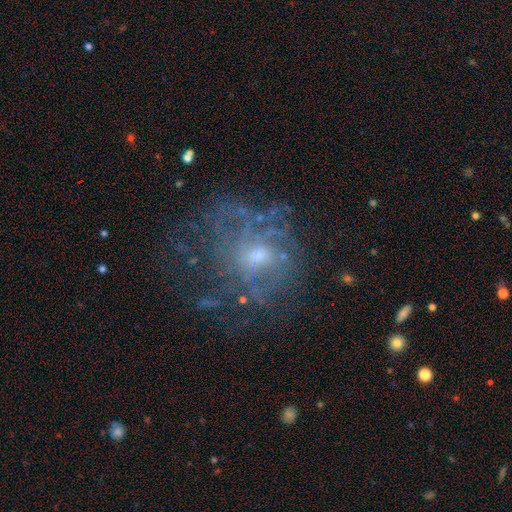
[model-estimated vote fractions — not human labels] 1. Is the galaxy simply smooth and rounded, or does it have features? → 64% featured or disk, 22% smooth, 14% star or artifact.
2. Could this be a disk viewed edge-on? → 97% no, 3% yes.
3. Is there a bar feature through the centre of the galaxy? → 77% no, 20% weak, 3% strong.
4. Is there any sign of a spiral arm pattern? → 57% no, 43% yes.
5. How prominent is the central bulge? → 49% moderate, 42% small, 4% none, 4% large, 1% dominant.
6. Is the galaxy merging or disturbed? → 53% none, 25% major disturbance, 19% minor disturbance, 3% merger.